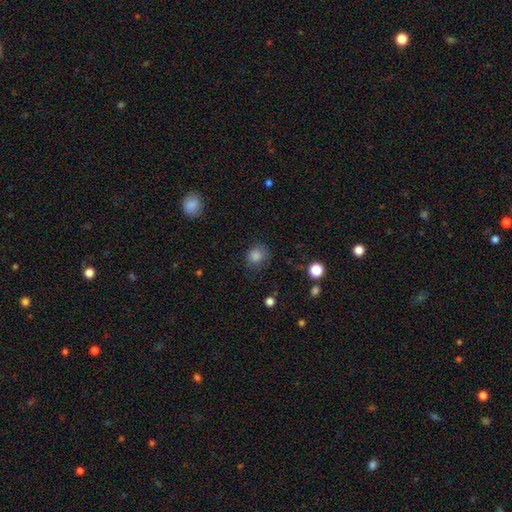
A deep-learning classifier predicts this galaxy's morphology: A smooth galaxy with no disk features (82%) that is round (79%). Merging: none (74%).